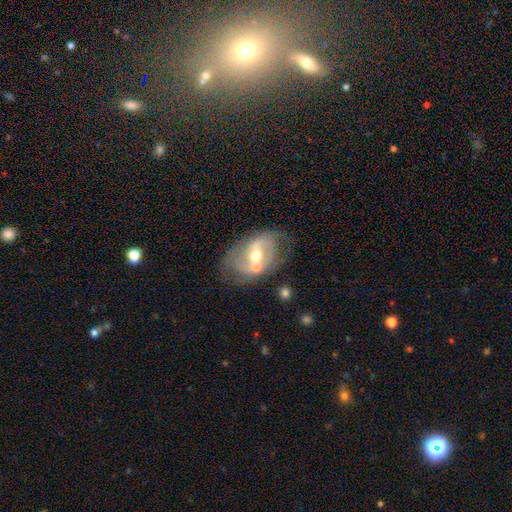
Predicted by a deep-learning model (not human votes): Smooth or featured?
  - featured or disk: 76% *
  - smooth: 17%
  - star or artifact: 7%
Edge-on disk?
  - no: 95% *
  - yes: 5%
Bar?
  - weak: 41% *
  - strong: 35%
  - no: 25%
Spiral arms?
  - yes: 67% *
  - no: 33%
Bulge size?
  - moderate: 66% *
  - small: 27%
  - large: 4%
  - none: 1%
  - dominant: 1%
Merging?
  - none: 54% *
  - minor disturbance: 20%
  - merger: 15%
  - major disturbance: 11%